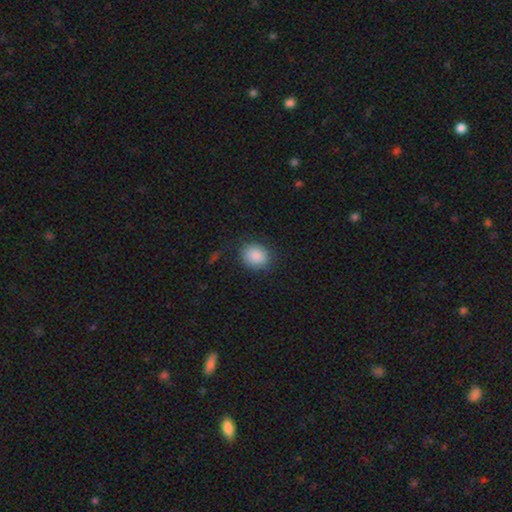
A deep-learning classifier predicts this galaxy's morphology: smooth_or_featured: smooth (p=0.88) [alt: star or artifact p=0.08]
how_rounded: round (p=0.63) [alt: in between p=0.36]
merging: none (p=0.83) [alt: minor disturbance p=0.12]